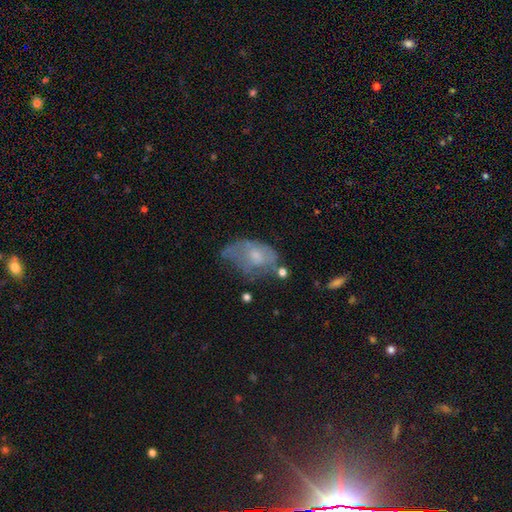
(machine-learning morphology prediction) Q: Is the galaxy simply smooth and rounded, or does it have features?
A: smooth — 48%.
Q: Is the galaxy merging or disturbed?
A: minor disturbance — 33%.